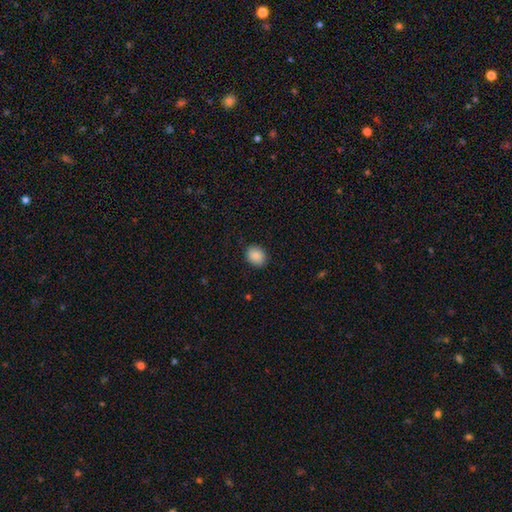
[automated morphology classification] A smooth galaxy with no disk features (87%) that is round (55%). Merging: none (87%).